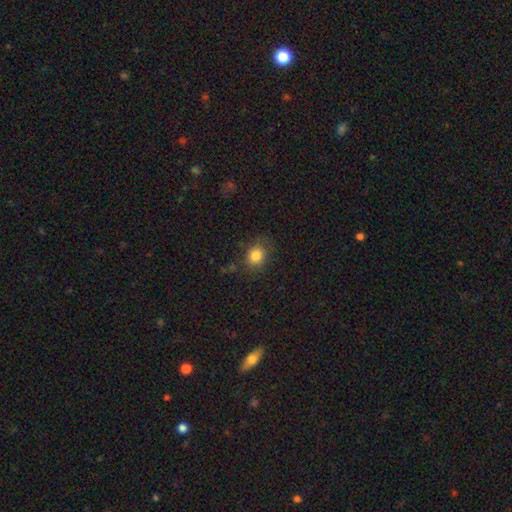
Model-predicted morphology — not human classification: Smooth or featured?
  - smooth: 83% *
  - star or artifact: 11%
  - featured or disk: 6%
How rounded?
  - round: 64% *
  - in between: 35%
  - cigar-shaped: 1%
Merging?
  - none: 79% *
  - minor disturbance: 14%
  - major disturbance: 4%
  - merger: 2%